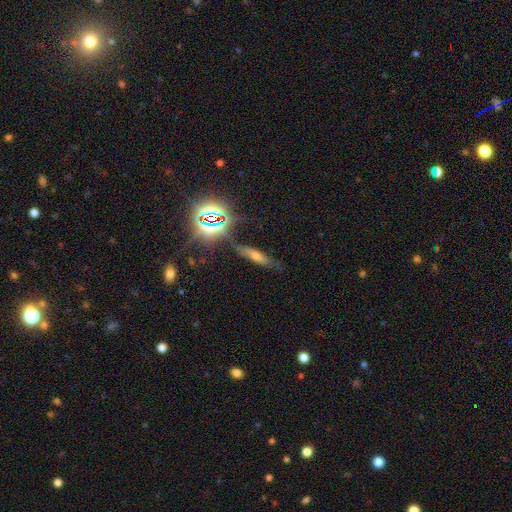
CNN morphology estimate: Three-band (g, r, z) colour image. It shows a featured or disk galaxy (37%). Merging: none (80%).